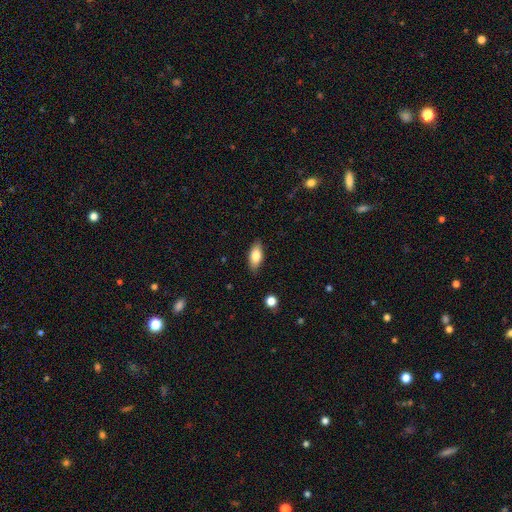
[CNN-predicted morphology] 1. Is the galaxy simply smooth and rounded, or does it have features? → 78% smooth, 14% featured or disk, 7% star or artifact.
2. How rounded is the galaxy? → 86% in between, 10% cigar-shaped, 3% round.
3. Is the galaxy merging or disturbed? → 85% none, 12% minor disturbance, 2% major disturbance, 1% merger.